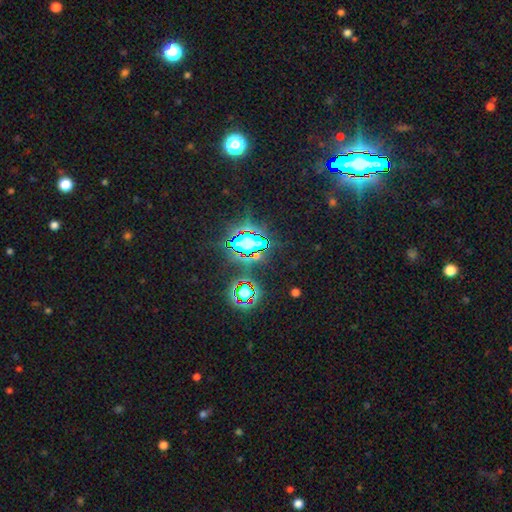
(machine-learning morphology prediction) Smooth or featured: star or artifact — 84% (smooth — 10%)